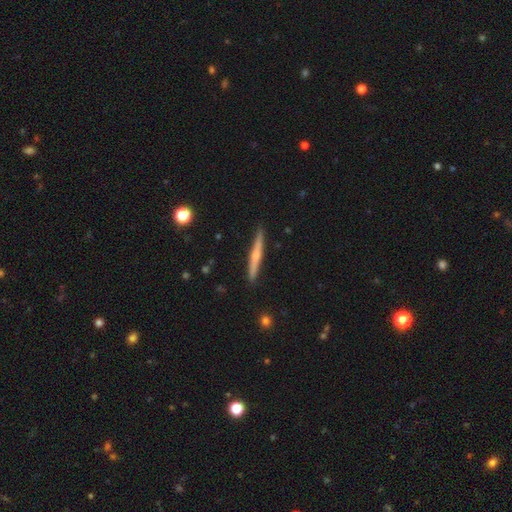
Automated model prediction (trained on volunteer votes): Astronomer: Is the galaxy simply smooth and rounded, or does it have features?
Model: featured or disk — 57% (runner-up: smooth, 37%).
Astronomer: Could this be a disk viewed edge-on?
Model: yes — 97%.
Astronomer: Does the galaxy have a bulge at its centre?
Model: rounded — 72%.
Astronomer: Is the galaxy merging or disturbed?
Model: none — 90%.